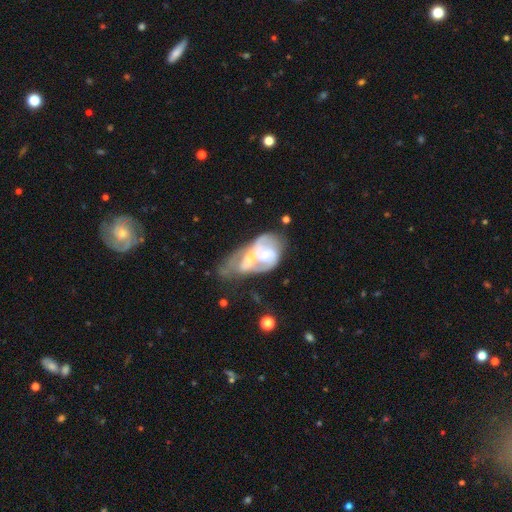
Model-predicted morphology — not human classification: Smooth or featured: featured or disk — 65% (smooth — 27%)
Edge-on disk: no — 94% (yes — 6%)
Bar: no — 69% (weak — 22%)
Spiral arms: yes — 51% (no — 49%)
Bulge size: small — 44% (moderate — 38%)
Merging: merger — 52% (major disturbance — 23%)